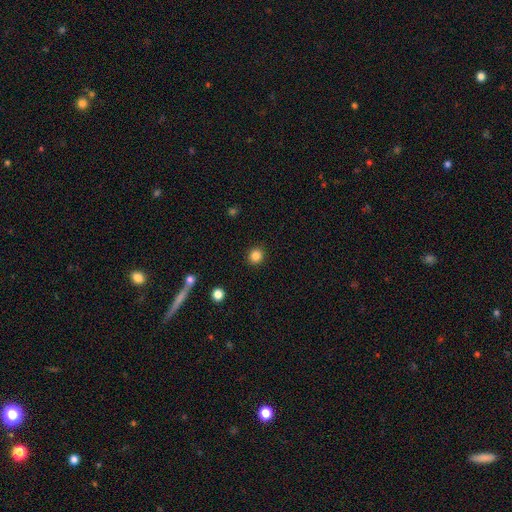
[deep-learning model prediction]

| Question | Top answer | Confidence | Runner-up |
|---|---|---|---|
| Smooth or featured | smooth | 85% | star or artifact (11%) |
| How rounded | round | 89% | in between (10%) |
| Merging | none | 91% | minor disturbance (5%) |